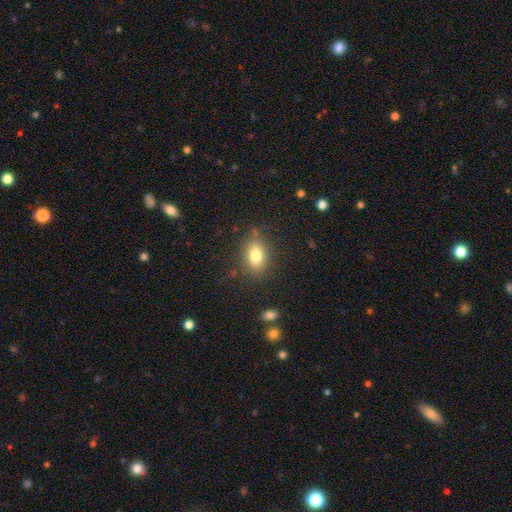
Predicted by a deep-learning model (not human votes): Q: Smooth or featured?
A: smooth (80%); runner-up: star or artifact (10%)
Q: How rounded?
A: in between (77%); runner-up: round (22%)
Q: Merging?
A: none (80%); runner-up: minor disturbance (13%)